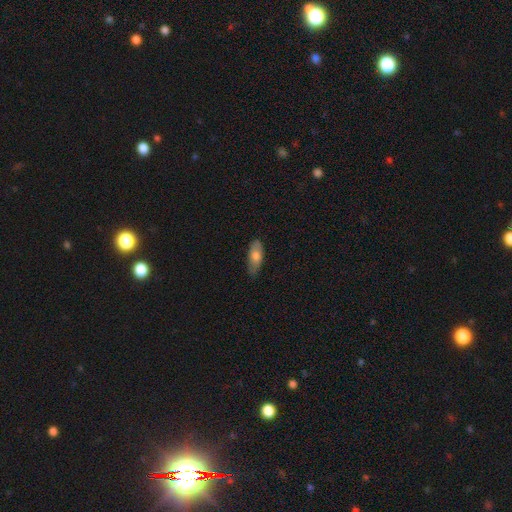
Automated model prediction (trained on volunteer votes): Smooth or featured?
  - smooth: 69% *
  - featured or disk: 25%
  - star or artifact: 6%
How rounded?
  - in between: 75% *
  - cigar-shaped: 23%
  - round: 2%
Merging?
  - none: 73% *
  - minor disturbance: 22%
  - major disturbance: 4%
  - merger: 1%